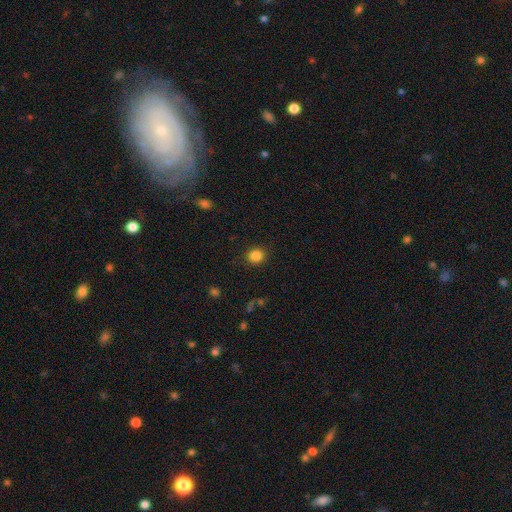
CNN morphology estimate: This appears to be a smooth galaxy with no disk features (85%) that is round (78%). Merging: none (89%).